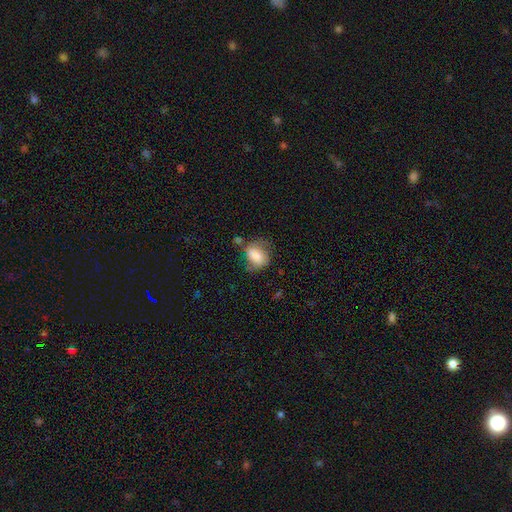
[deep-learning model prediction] Smooth or featured? Predicted: smooth (p=0.69). How rounded? Predicted: in between (p=0.62). Merging? Predicted: none (p=0.47).